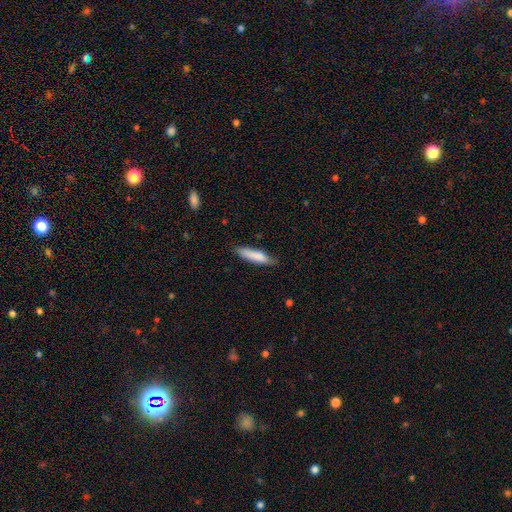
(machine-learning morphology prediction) Smooth or featured? Predicted: smooth (p=0.83). How rounded? Predicted: cigar-shaped (p=0.76). Merging? Predicted: none (p=0.75).